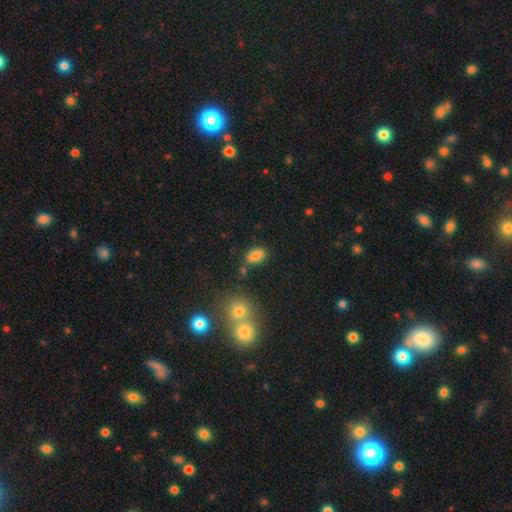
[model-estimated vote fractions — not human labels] smooth-or-featured: smooth: 79% | star or artifact: 12% | featured or disk: 9%
  how-rounded: in between: 83% | round: 15% | cigar-shaped: 2%
  merging: none: 78% | minor disturbance: 12% | merger: 7% | major disturbance: 3%